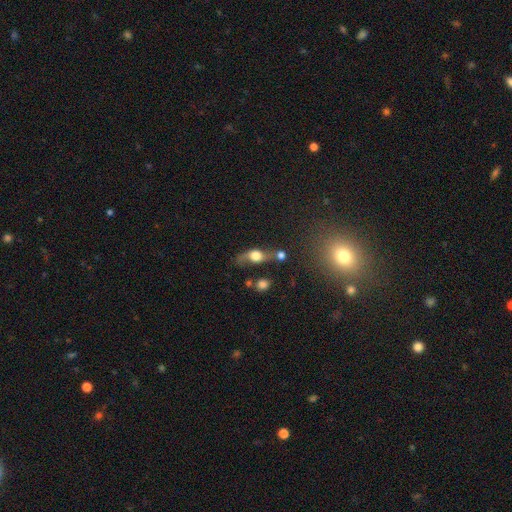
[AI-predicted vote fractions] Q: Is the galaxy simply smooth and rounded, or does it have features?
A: smooth — 45%.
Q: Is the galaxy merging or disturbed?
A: none — 46%.